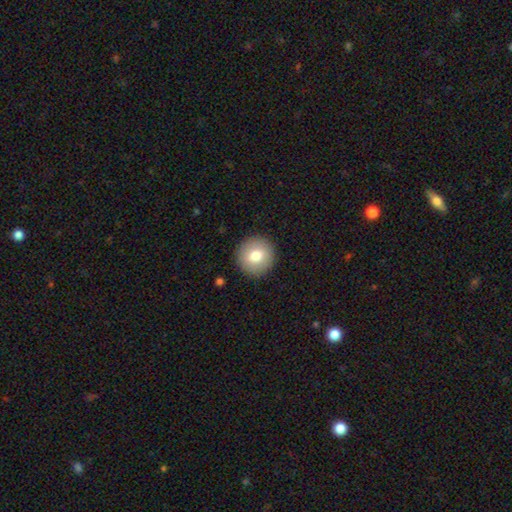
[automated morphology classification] A smooth galaxy with no disk features (79%) that is round (95%).

Vote fractions:
- Smooth or featured? smooth: 79% / featured or disk: 13% / star or artifact: 8%
- How rounded? round: 95% / in between: 4% / cigar-shaped: 1%
- Merging? none: 92% / minor disturbance: 5% / major disturbance: 2% / merger: 1%